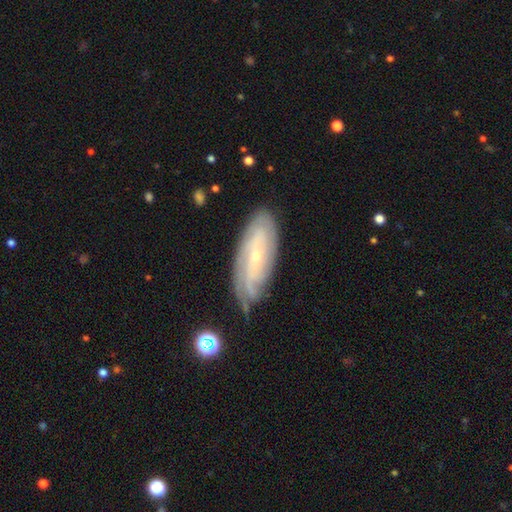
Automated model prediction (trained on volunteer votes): smooth_or_featured: featured or disk (p=0.77) [alt: smooth p=0.16]
disk_edge_on: no (p=0.88) [alt: yes p=0.12]
bar: no (p=0.67) [alt: weak p=0.25]
has_spiral_arms: yes (p=0.93) [alt: no p=0.07]
spiral_winding: tight (p=0.70) [alt: medium p=0.24]
spiral_arm_count: can't tell (p=0.45) [alt: 2 p=0.15]
bulge_size: small (p=0.78) [alt: moderate p=0.19]
merging: none (p=0.74) [alt: minor disturbance p=0.19]